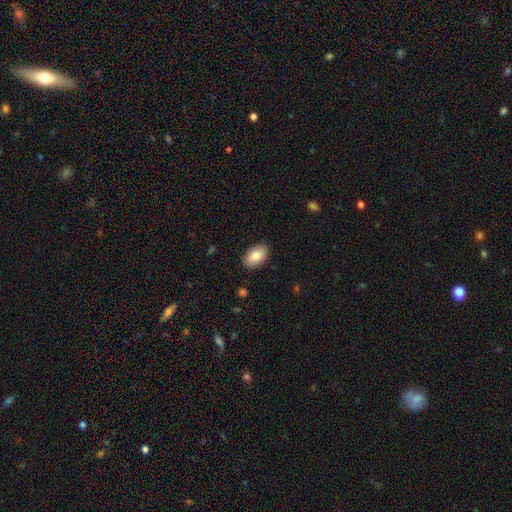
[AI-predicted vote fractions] Q: Smooth or featured?
A: smooth (82%); runner-up: featured or disk (12%)
Q: How rounded?
A: in between (92%); runner-up: round (6%)
Q: Merging?
A: none (88%); runner-up: minor disturbance (9%)